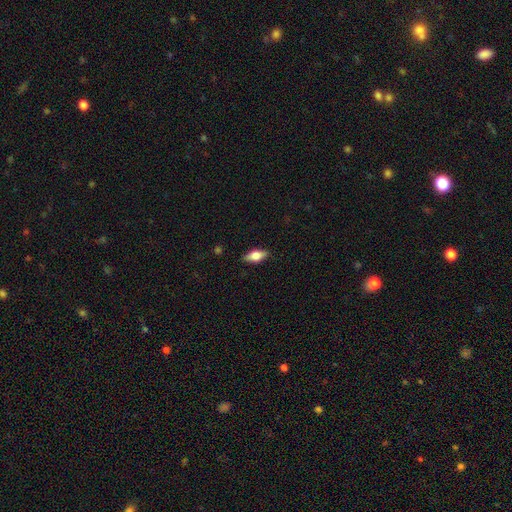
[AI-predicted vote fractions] smooth-or-featured: smooth: 63% | featured or disk: 30% | star or artifact: 7%
  how-rounded: in between: 80% | cigar-shaped: 16% | round: 4%
  merging: none: 87% | minor disturbance: 10% | major disturbance: 2% | merger: 1%